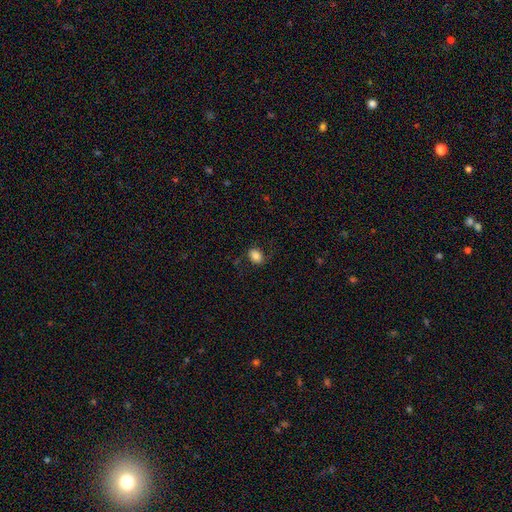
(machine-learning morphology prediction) A smooth galaxy with no disk features (82%) that is in between round and cigar-shaped (66%).

Vote fractions:
- Smooth or featured? smooth: 82% / star or artifact: 9% / featured or disk: 8%
- How rounded? in between: 66% / round: 33% / cigar-shaped: 1%
- Merging? none: 77% / minor disturbance: 16% / major disturbance: 6% / merger: 1%